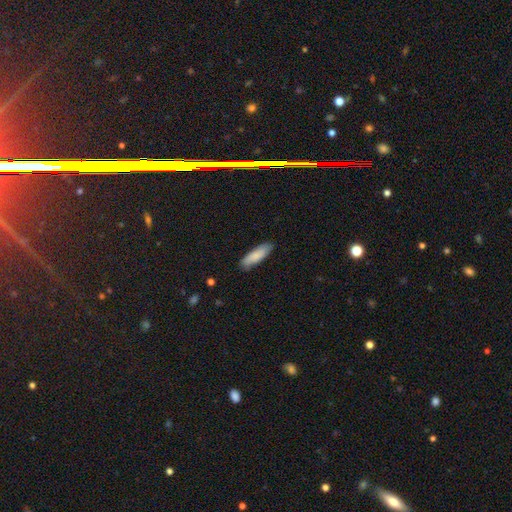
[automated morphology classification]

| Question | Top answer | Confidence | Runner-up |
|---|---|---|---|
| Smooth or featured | smooth | 85% | featured or disk (9%) |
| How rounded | cigar-shaped | 50% | in between (48%) |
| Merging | none | 84% | minor disturbance (13%) |